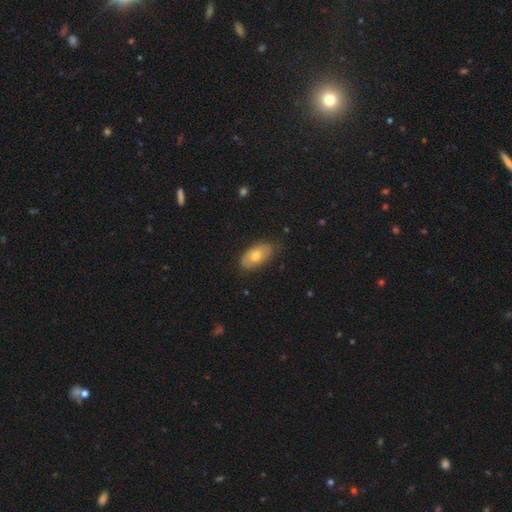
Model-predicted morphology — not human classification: smooth_or_featured: smooth (p=0.64) [alt: featured or disk p=0.30]
how_rounded: in between (p=0.92) [alt: round p=0.05]
merging: none (p=0.77) [alt: minor disturbance p=0.18]